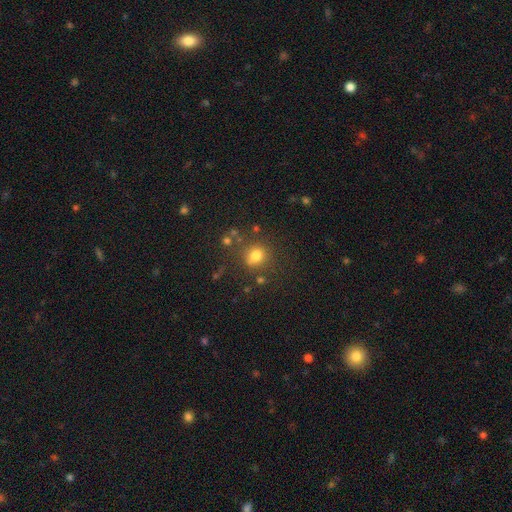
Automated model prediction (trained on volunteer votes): smooth-or-featured: smooth: 75% | star or artifact: 17% | featured or disk: 8%
  how-rounded: round: 81% | in between: 18% | cigar-shaped: 1%
  merging: none: 74% | minor disturbance: 13% | merger: 8% | major disturbance: 5%